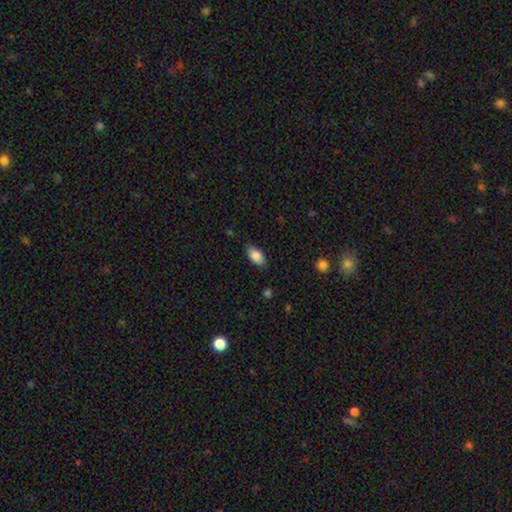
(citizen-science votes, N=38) This is clearly a smooth galaxy (92%). How rounded: clearly in between (89%). Merging: clearly none (86%).